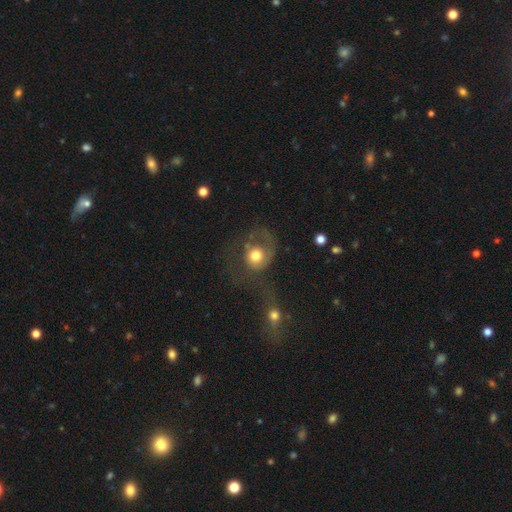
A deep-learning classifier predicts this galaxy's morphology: Q: Smooth or featured?
A: smooth (52%); runner-up: featured or disk (39%)
Q: How rounded?
A: round (73%); runner-up: in between (26%)
Q: Merging?
A: major disturbance (47%); runner-up: none (27%)